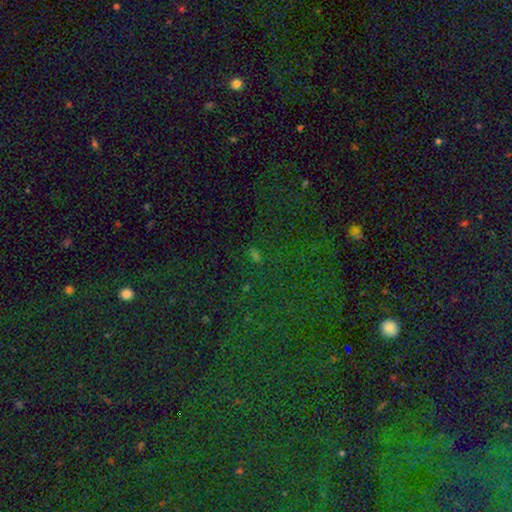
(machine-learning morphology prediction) smooth-or-featured: star or artifact: 62% | smooth: 30% | featured or disk: 9%